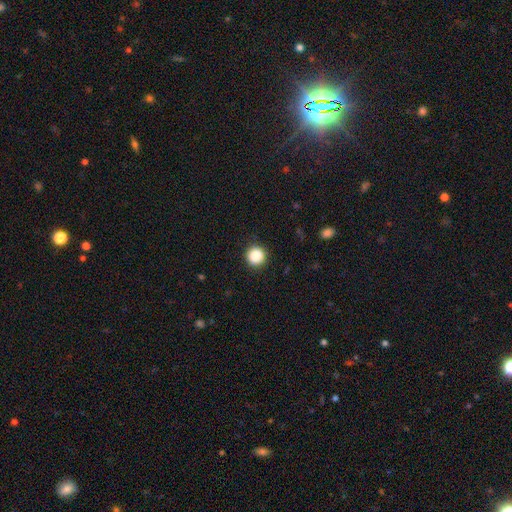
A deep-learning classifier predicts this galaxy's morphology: type=smooth (88%); roundness=round (95%); merging=none (92%).